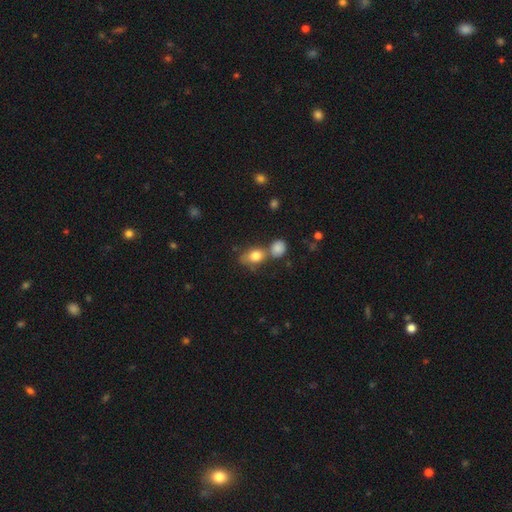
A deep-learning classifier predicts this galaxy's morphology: smooth-or-featured: smooth: 80% | featured or disk: 11% | star or artifact: 9%
  how-rounded: in between: 68% | round: 30% | cigar-shaped: 2%
  merging: none: 44% | merger: 31% | minor disturbance: 17% | major disturbance: 7%